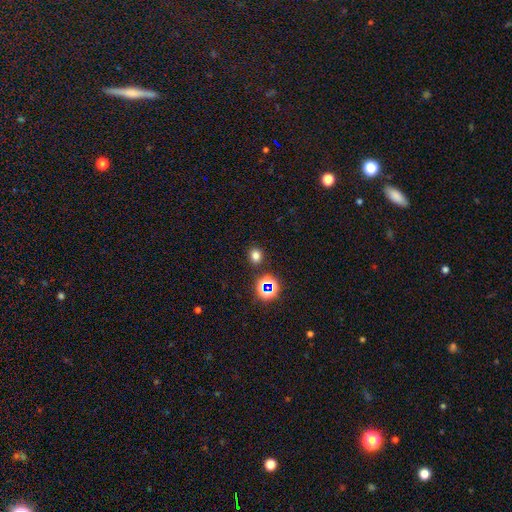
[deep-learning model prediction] Overall: smooth (71%). How rounded: round (70%). Merging: none (88%).